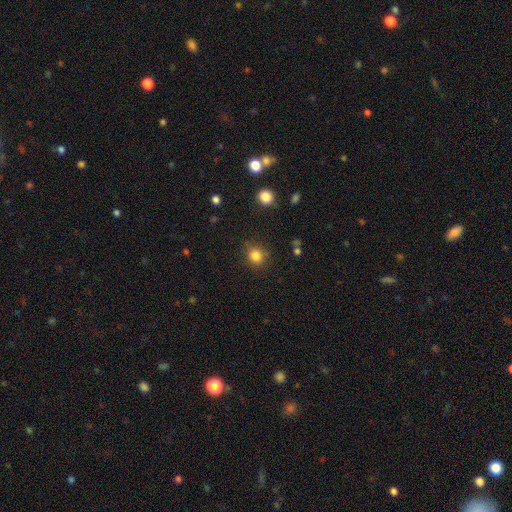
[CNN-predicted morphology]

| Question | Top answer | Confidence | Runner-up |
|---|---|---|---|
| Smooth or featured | smooth | 83% | star or artifact (12%) |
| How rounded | round | 84% | in between (15%) |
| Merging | none | 83% | minor disturbance (12%) |